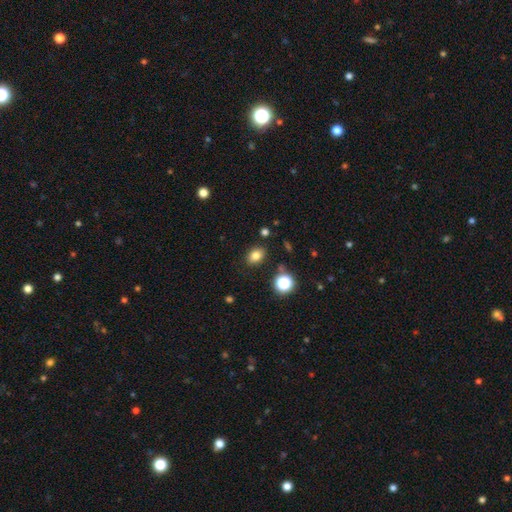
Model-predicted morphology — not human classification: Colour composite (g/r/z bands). It shows a smooth galaxy with no disk features (79%) that is in between round and cigar-shaped (71%). Merging: none (85%).